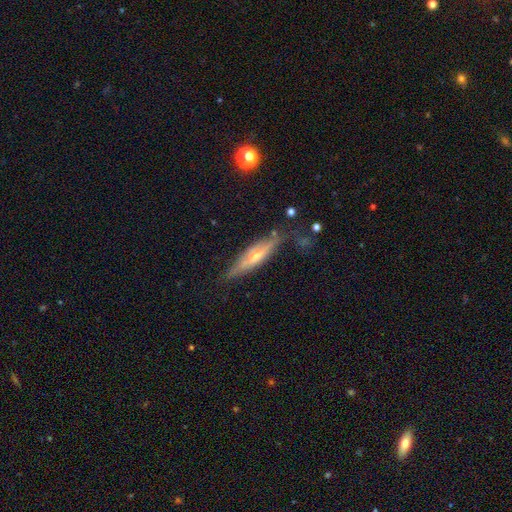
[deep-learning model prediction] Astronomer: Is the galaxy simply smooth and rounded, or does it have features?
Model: featured or disk — 60%.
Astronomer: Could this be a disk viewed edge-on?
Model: yes — 86%.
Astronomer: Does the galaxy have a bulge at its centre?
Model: rounded — 69%.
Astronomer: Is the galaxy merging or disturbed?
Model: none — 71%.